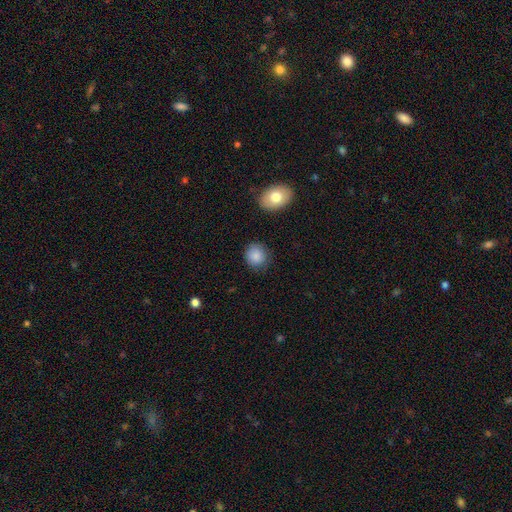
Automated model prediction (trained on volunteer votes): smooth 86%, star or artifact 8%, featured or disk 6%. Down the decision tree: how rounded — round (84%); merging — none (83%).